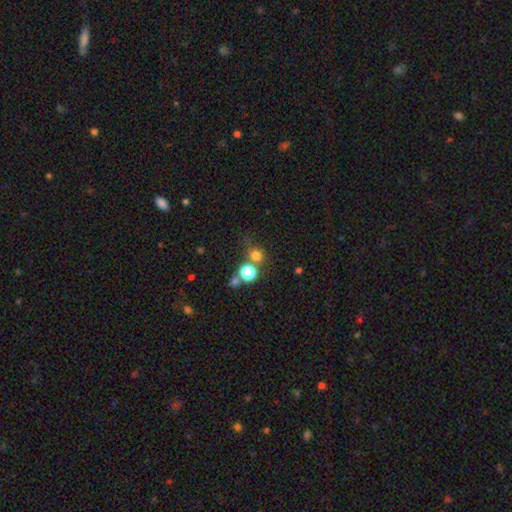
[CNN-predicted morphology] smooth-or-featured: smooth: 71% | star or artifact: 22% | featured or disk: 7%
  how-rounded: round: 88% | in between: 11% | cigar-shaped: 1%
  merging: none: 65% | merger: 18% | minor disturbance: 11% | major disturbance: 6%